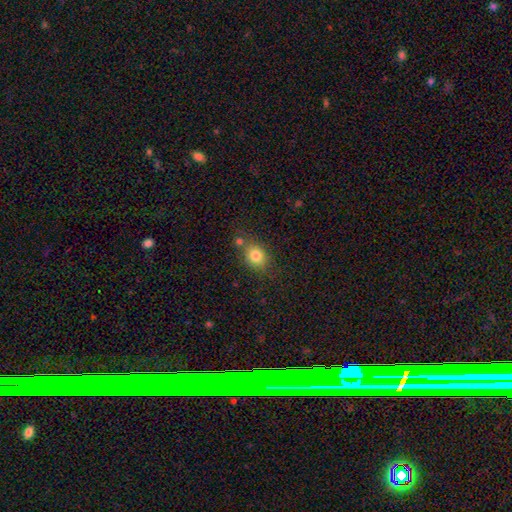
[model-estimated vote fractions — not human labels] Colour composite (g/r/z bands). It shows a smooth galaxy with no disk features (81%) that is round (53%). Merging: none (68%).